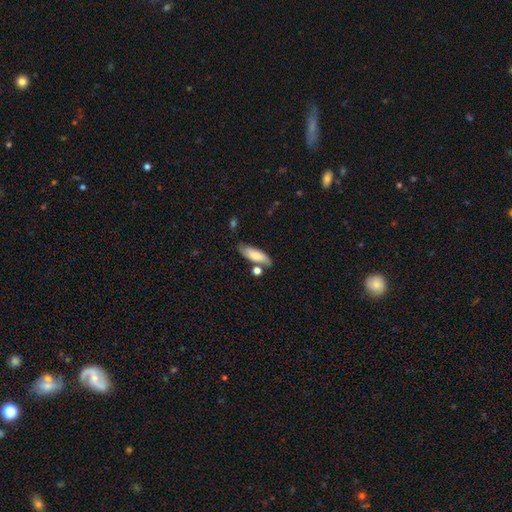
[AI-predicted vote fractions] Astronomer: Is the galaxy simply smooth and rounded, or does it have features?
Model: smooth — 72%.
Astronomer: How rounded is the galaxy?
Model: in between — 63%.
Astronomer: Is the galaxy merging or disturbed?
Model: none — 66%.